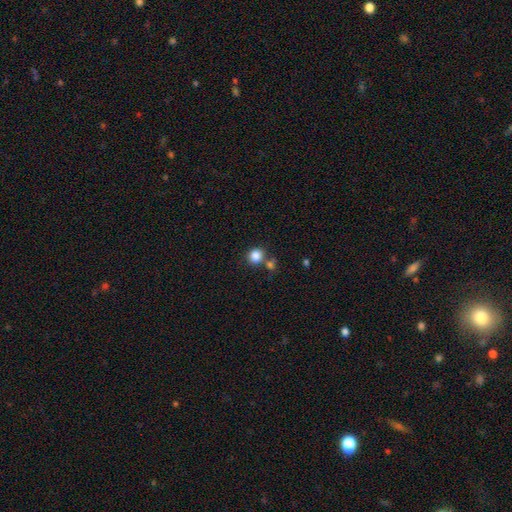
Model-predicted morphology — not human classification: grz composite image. It shows a smooth galaxy with no disk features (85%) that is round (88%). Merging: none (68%).